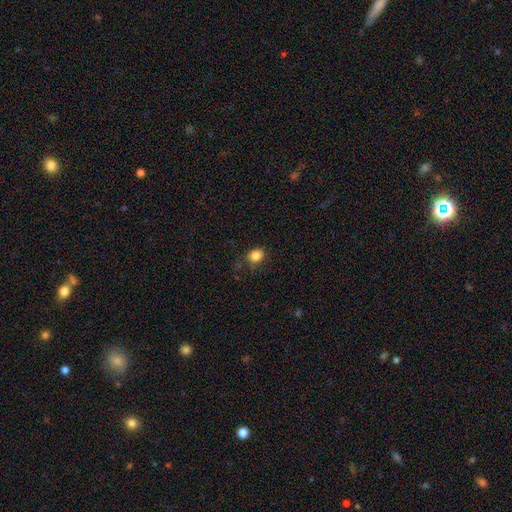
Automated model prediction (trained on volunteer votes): Smooth or featured?
  - smooth: 85% *
  - star or artifact: 11%
  - featured or disk: 4%
How rounded?
  - round: 60% *
  - in between: 39%
  - cigar-shaped: 1%
Merging?
  - none: 78% *
  - minor disturbance: 16%
  - major disturbance: 4%
  - merger: 2%